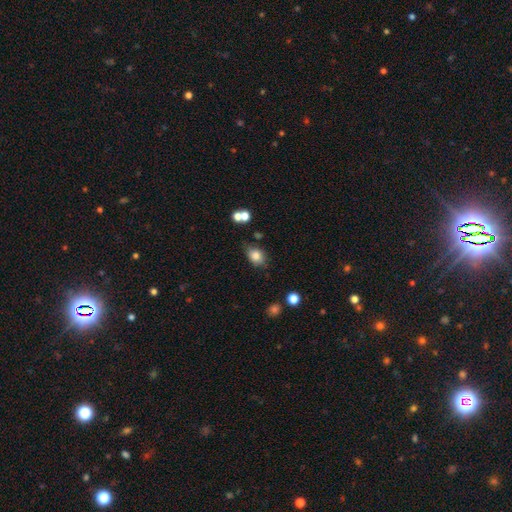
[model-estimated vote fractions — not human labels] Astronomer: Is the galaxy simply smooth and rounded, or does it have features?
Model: smooth — 81%.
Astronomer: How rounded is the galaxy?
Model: in between — 59% (runner-up: round, 39%).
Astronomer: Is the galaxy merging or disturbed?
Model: none — 66%.